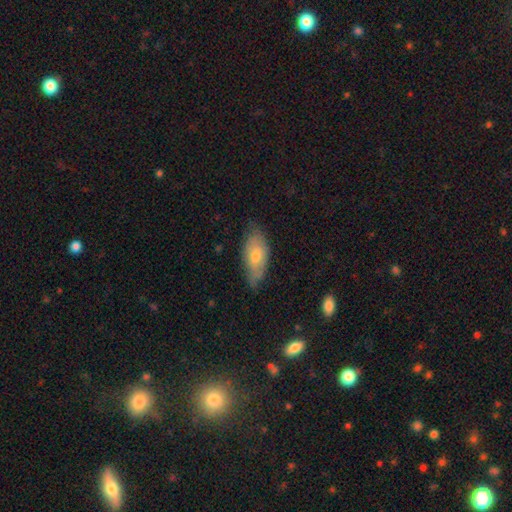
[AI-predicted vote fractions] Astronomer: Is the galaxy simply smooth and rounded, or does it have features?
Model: smooth — 66%.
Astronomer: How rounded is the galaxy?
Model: in between — 86%.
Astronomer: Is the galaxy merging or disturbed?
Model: none — 61%.